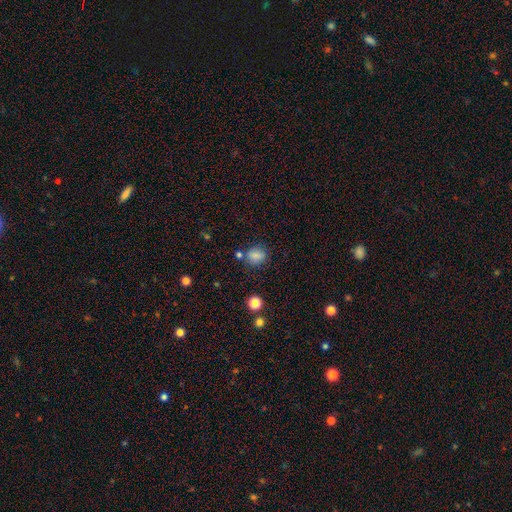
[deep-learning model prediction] Morphology: type=smooth (81%); roundness=round (53%); merging=none (70%).